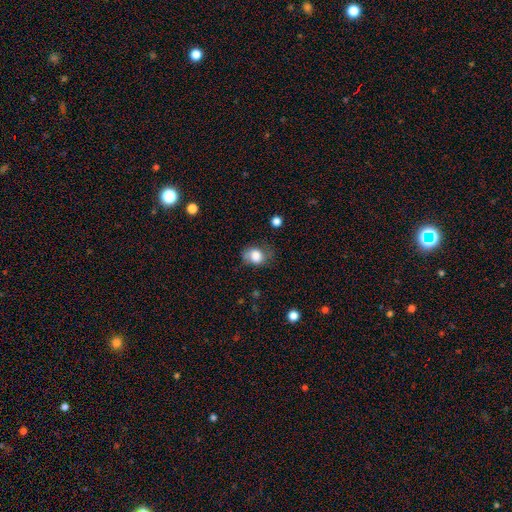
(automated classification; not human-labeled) The model was most divided on "how rounded": round: 50%, in between: 49%, cigar-shaped: 1%. More confident: smooth or featured — smooth (81%); merging — none (53%).